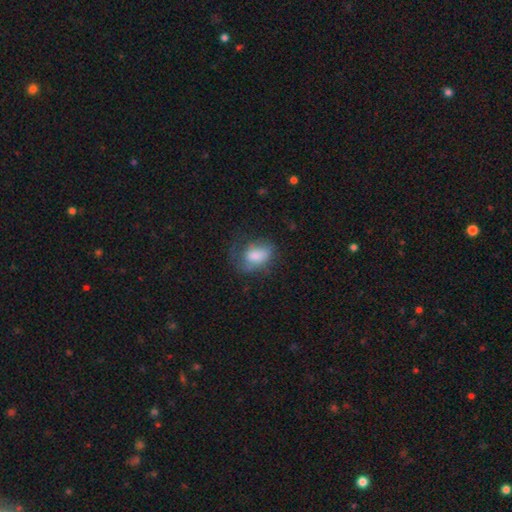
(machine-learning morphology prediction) Overall: smooth (71%). How rounded: in between (81%). Merging: none (41%; minor disturbance 29%).